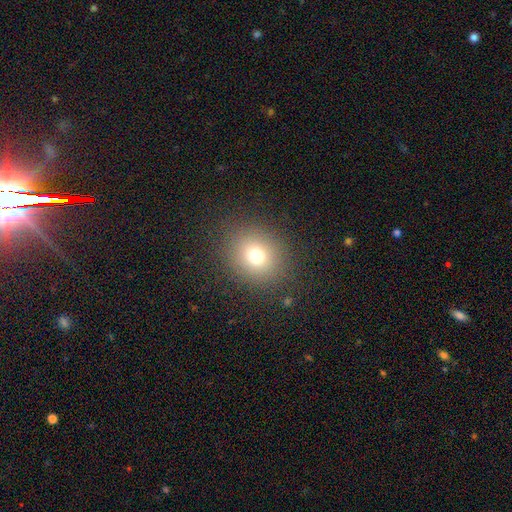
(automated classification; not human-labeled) Smooth or featured? Predicted: smooth (p=0.74). How rounded? Predicted: round (p=0.78). Merging? Predicted: none (p=0.87).